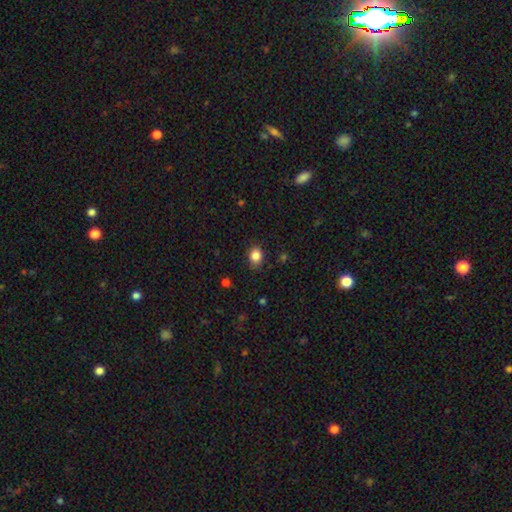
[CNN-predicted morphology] A smooth galaxy with no disk features (85%) that is in between round and cigar-shaped (59%).

Vote fractions:
- Smooth or featured? smooth: 85% / star or artifact: 10% / featured or disk: 5%
- How rounded? in between: 59% / round: 41% / cigar-shaped: 1%
- Merging? none: 81% / minor disturbance: 15% / major disturbance: 3% / merger: 1%